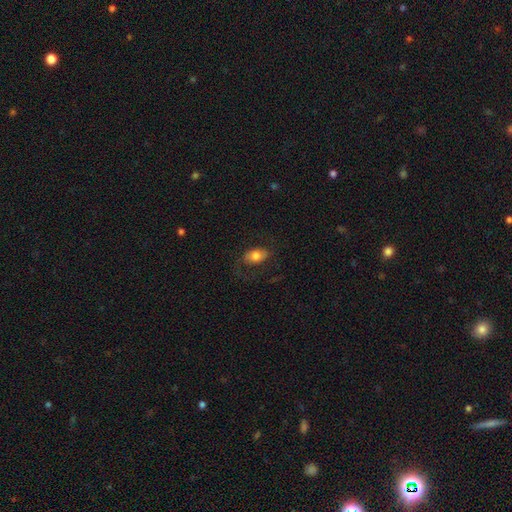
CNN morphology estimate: Q: Smooth or featured?
A: smooth (69%); runner-up: featured or disk (23%)
Q: How rounded?
A: in between (88%); runner-up: round (10%)
Q: Merging?
A: none (67%); runner-up: minor disturbance (17%)